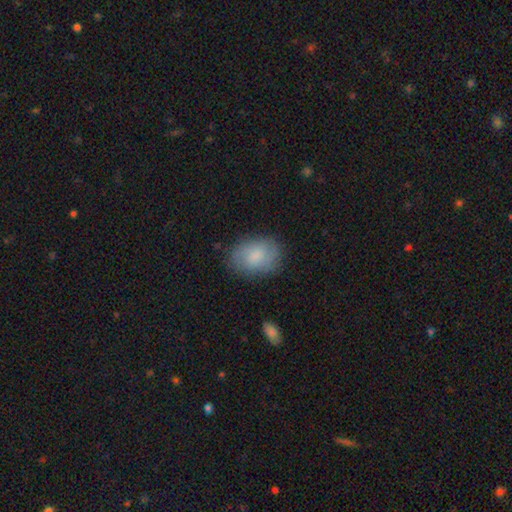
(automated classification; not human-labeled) smooth_or_featured: smooth (p=0.66) [alt: featured or disk p=0.26]
how_rounded: in between (p=0.84) [alt: round p=0.15]
merging: none (p=0.78) [alt: minor disturbance p=0.16]